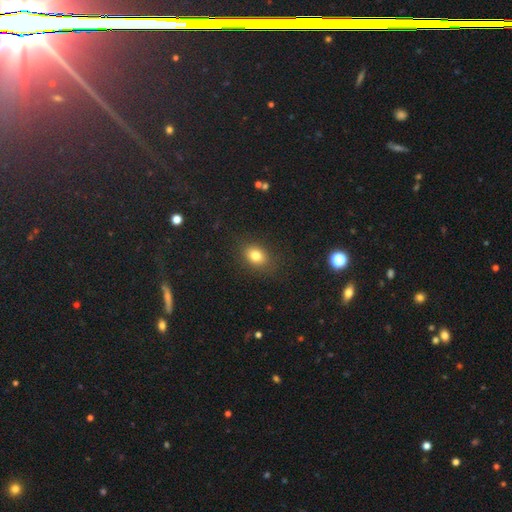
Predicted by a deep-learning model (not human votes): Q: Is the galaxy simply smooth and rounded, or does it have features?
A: smooth — 79%.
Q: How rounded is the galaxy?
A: in between — 61%.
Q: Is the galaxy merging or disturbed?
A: none — 83%.